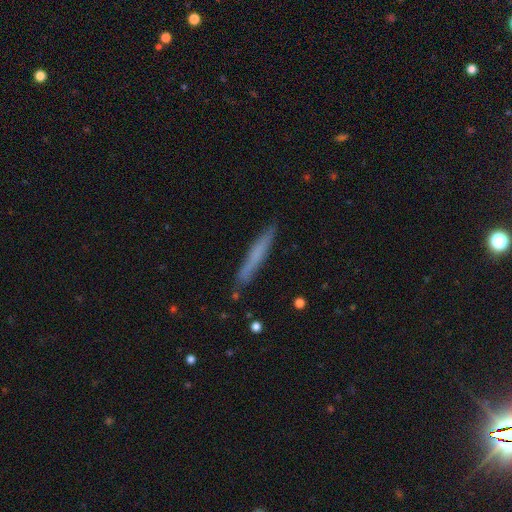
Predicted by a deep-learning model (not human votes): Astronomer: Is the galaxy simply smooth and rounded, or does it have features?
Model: smooth — 60%.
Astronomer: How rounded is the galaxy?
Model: cigar-shaped — 96%.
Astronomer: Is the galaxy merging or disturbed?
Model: none — 87%.